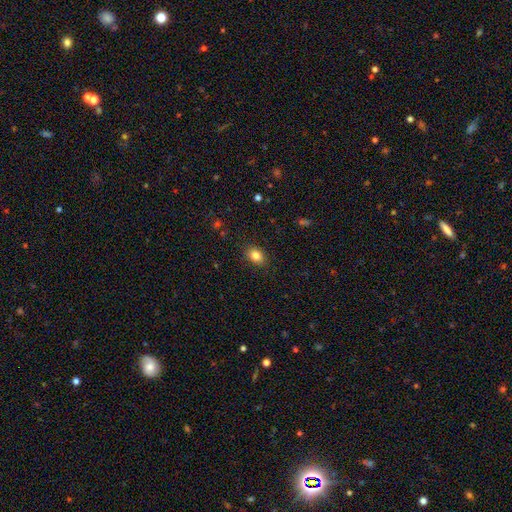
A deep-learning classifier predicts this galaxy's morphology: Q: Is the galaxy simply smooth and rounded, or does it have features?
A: smooth — 83%.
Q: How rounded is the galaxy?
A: in between — 68%.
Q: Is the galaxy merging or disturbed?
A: none — 87%.